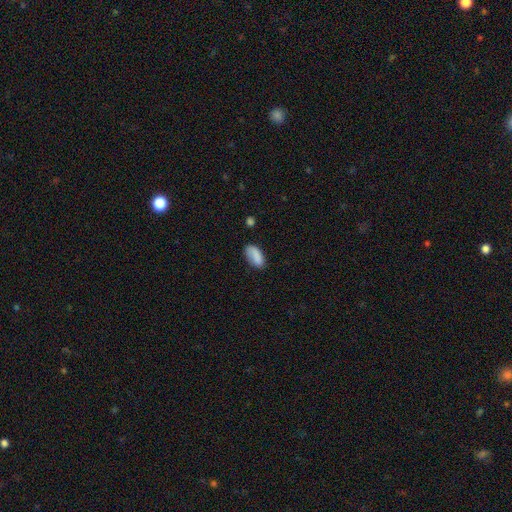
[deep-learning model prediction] Morphology: type=smooth (84%); roundness=in between (92%); merging=none (70%).